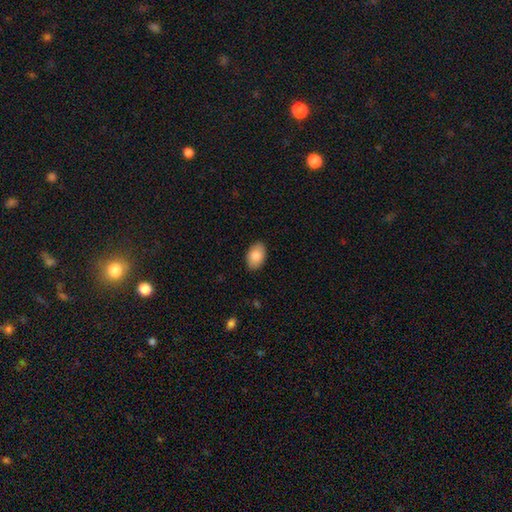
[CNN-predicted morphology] smooth_or_featured: smooth (p=0.84) [alt: featured or disk p=0.10]
how_rounded: in between (p=0.89) [alt: round p=0.09]
merging: none (p=0.88) [alt: minor disturbance p=0.09]